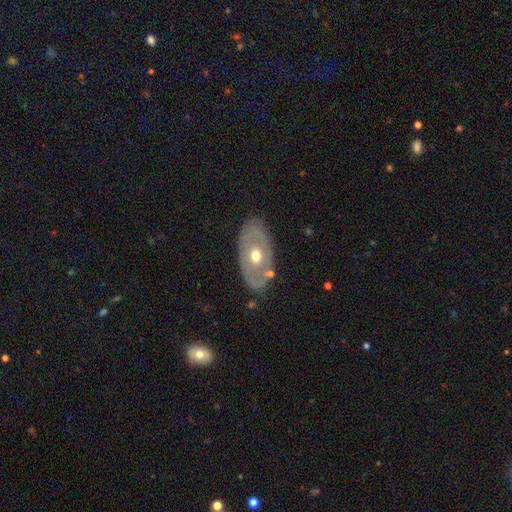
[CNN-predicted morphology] Smooth or featured?
  - featured or disk: 61% *
  - smooth: 33%
  - star or artifact: 6%
Edge-on disk?
  - no: 88% *
  - yes: 12%
Bar?
  - no: 85% *
  - weak: 12%
  - strong: 4%
Spiral arms?
  - no: 79% *
  - yes: 21%
Bulge size?
  - moderate: 75% *
  - small: 17%
  - large: 6%
  - dominant: 1%
  - none: 1%
Merging?
  - none: 79% *
  - minor disturbance: 13%
  - major disturbance: 4%
  - merger: 3%